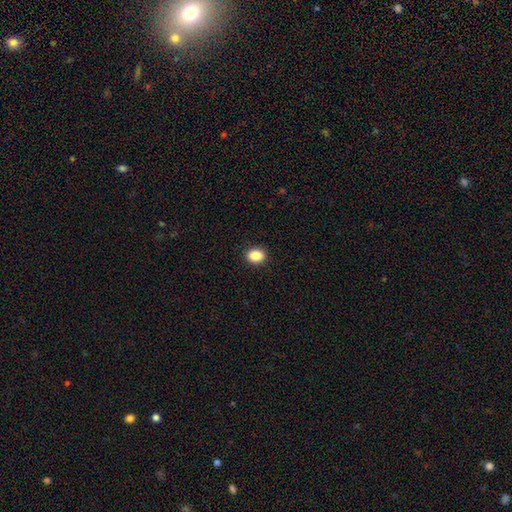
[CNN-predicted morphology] A smooth galaxy with no disk features (87%) that is round (50%).

Vote fractions:
- Smooth or featured? smooth: 87% / star or artifact: 9% / featured or disk: 3%
- How rounded? round: 50% / in between: 49% / cigar-shaped: 1%
- Merging? none: 91% / minor disturbance: 6% / major disturbance: 2% / merger: 1%